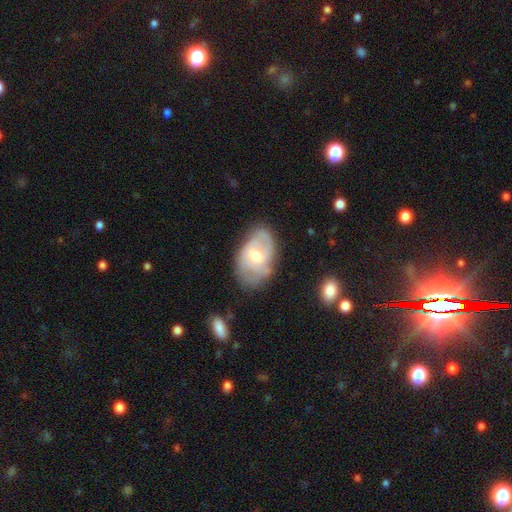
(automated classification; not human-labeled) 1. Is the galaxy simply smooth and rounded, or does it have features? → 68% featured or disk, 26% smooth, 6% star or artifact.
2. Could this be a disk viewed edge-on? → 95% no, 5% yes.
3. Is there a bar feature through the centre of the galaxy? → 54% no, 40% weak, 6% strong.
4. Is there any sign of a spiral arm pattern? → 82% yes, 18% no.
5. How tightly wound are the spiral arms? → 43% tight, 40% medium, 16% loose.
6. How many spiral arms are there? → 44% 2, 33% can't tell, 12% 3, 6% 1, 3% 4, 2% more than 4.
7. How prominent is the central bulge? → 63% moderate, 31% small, 4% large, 1% none, 1% dominant.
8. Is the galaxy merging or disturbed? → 64% none, 25% minor disturbance, 9% major disturbance, 2% merger.